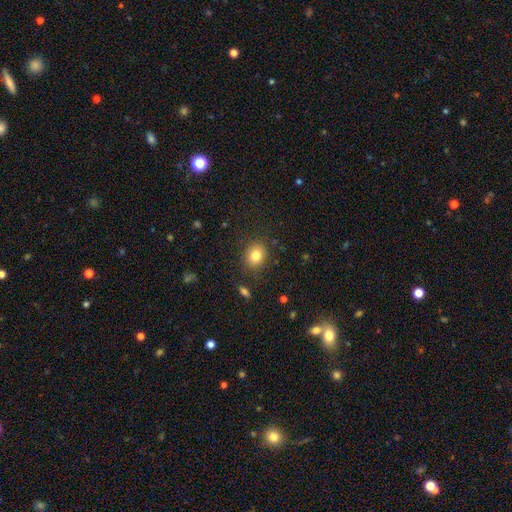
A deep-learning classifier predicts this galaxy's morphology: A smooth galaxy with no disk features (82%) that is round (57%). Merging: none (85%).